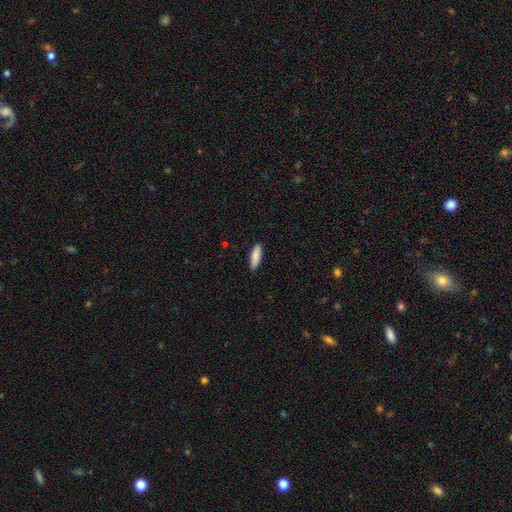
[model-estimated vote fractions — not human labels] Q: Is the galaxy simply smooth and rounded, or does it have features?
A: smooth — 85%.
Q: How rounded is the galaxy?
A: in between — 52%.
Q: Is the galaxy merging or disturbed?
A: none — 82%.